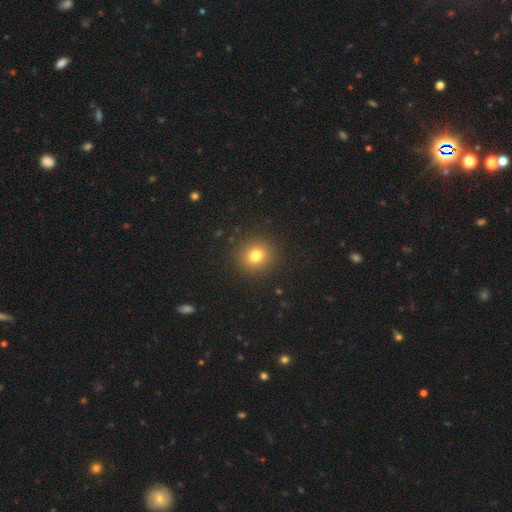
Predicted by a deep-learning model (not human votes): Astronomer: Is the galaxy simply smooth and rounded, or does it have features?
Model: smooth — 78%.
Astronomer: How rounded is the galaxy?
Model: round — 88%.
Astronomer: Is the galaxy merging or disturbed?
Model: none — 90%.